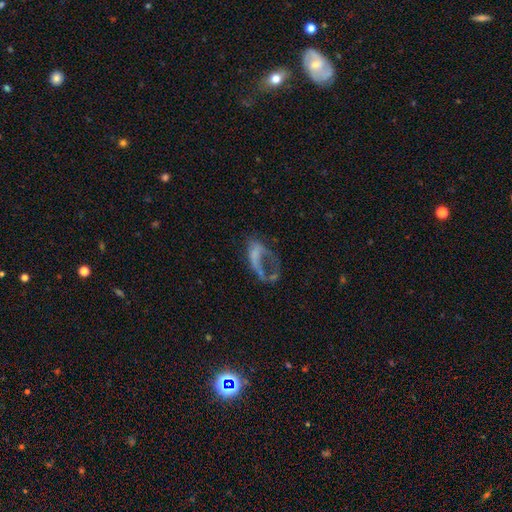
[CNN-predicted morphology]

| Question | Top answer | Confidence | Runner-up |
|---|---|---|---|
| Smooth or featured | featured or disk | 51% | smooth (34%) |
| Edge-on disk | no | 95% | yes (5%) |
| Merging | major disturbance | 57% | none (22%) |